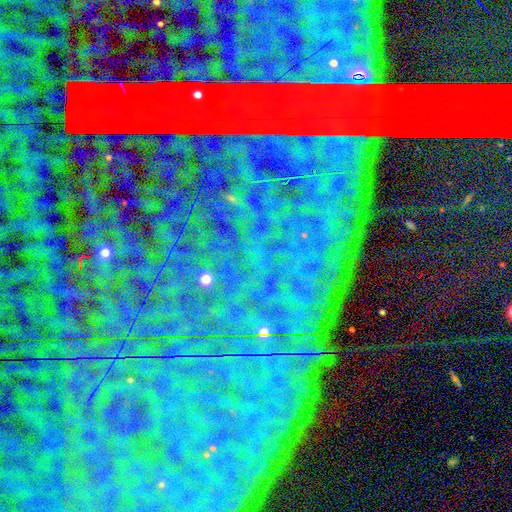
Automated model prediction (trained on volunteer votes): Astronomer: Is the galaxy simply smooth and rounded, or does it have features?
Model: star or artifact — 88%.